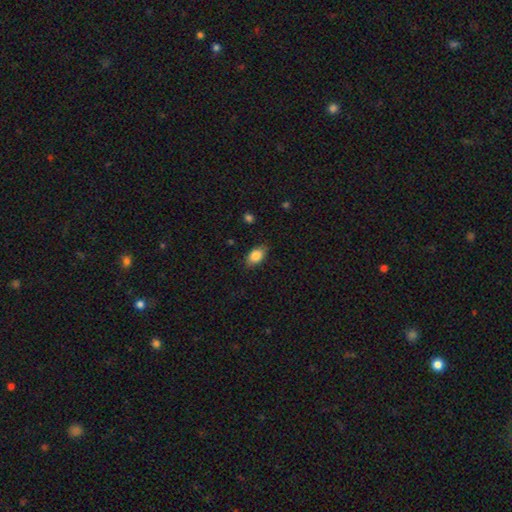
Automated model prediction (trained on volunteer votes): Smooth or featured? Predicted: smooth (p=0.85). How rounded? Predicted: in between (p=0.87). Merging? Predicted: none (p=0.82).